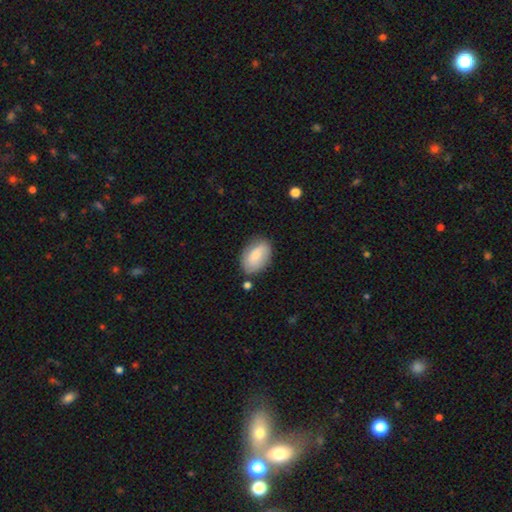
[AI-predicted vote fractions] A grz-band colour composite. It shows a smooth galaxy with no disk features (77%) that is in between round and cigar-shaped (90%). Merging: none (72%).